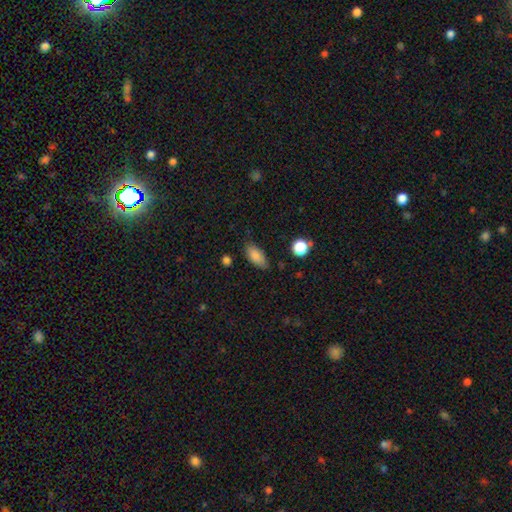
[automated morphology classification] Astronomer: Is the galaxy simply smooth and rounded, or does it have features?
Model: smooth — 85%.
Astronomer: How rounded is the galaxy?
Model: in between — 87%.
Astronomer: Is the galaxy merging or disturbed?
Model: none — 78%.